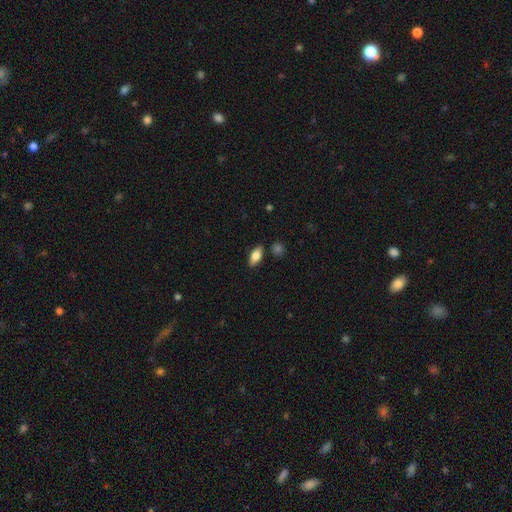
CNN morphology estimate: This appears to be a smooth galaxy with no disk features (71%) that is in between round and cigar-shaped (83%). Merging: none (83%).